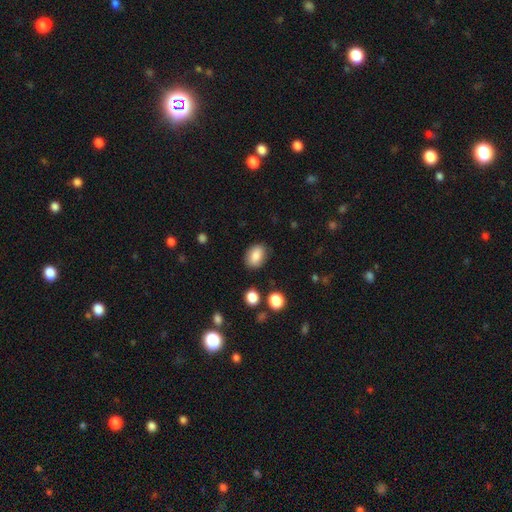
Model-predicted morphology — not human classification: Q: Smooth or featured?
A: smooth (84%); runner-up: star or artifact (8%)
Q: How rounded?
A: in between (76%); runner-up: round (22%)
Q: Merging?
A: none (82%); runner-up: minor disturbance (13%)